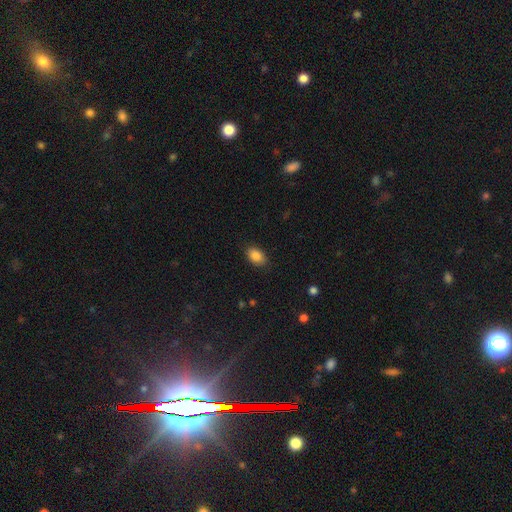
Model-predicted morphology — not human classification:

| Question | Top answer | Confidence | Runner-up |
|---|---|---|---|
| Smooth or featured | smooth | 87% | star or artifact (8%) |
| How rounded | in between | 87% | round (11%) |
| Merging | none | 85% | minor disturbance (11%) |